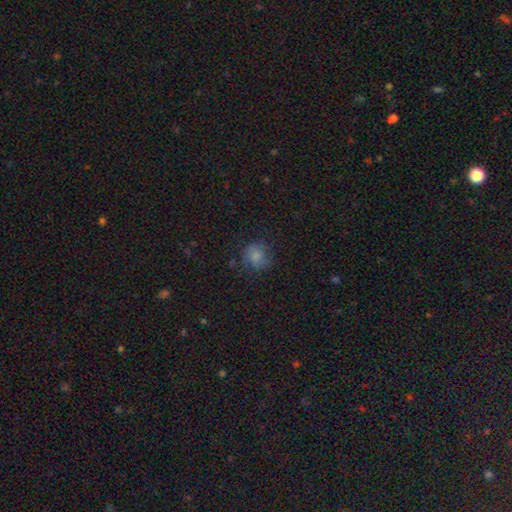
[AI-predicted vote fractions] This is likely a smooth galaxy (73%). How rounded: clearly round (80%). Merging: likely none (69%).